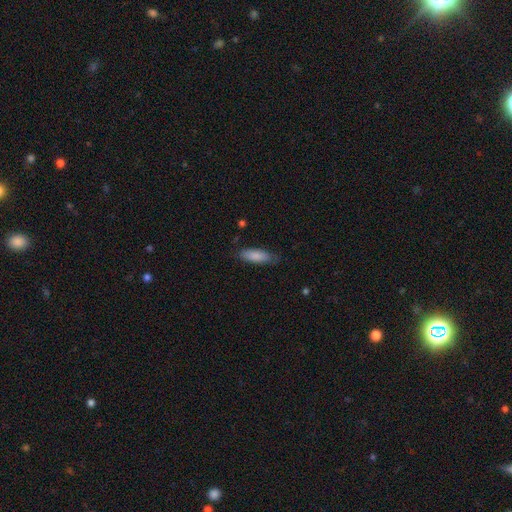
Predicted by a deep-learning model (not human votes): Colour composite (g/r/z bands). It shows a smooth galaxy with no disk features (86%) that is in between round and cigar-shaped (64%). Merging: none (77%).